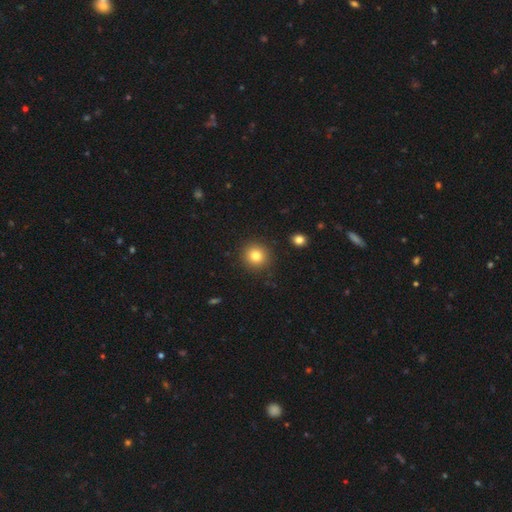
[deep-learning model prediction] Smooth or featured? smooth (81%)
How rounded? round (91%)
Merging? none (90%)